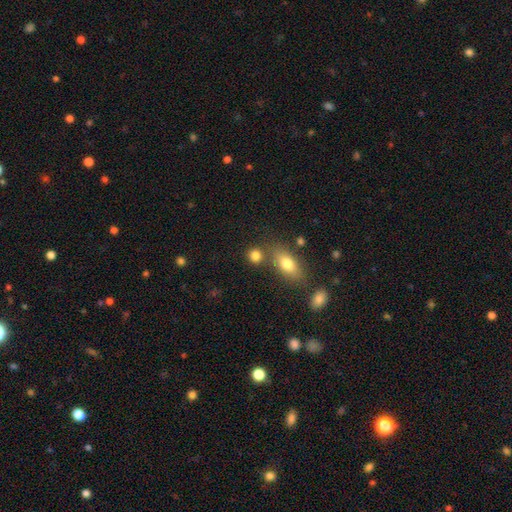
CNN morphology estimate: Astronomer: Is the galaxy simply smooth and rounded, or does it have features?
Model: smooth — 82%.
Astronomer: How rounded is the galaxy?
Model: round — 73%.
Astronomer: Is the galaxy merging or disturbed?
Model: none — 67%.